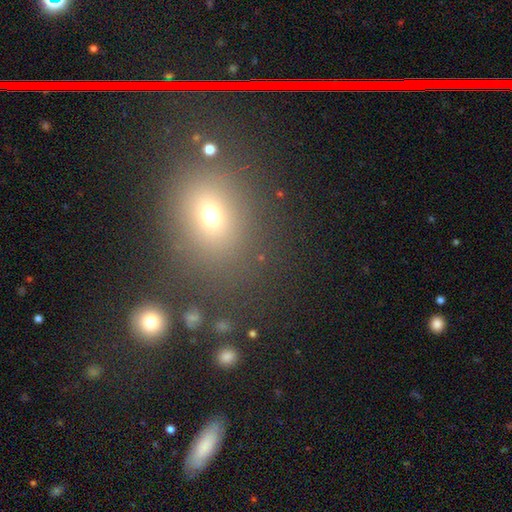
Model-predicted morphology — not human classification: Smooth or featured?
  - smooth: 50% *
  - star or artifact: 37%
  - featured or disk: 12%
How rounded?
  - in between: 55% *
  - round: 42%
  - cigar-shaped: 3%
Merging?
  - none: 80% *
  - minor disturbance: 10%
  - merger: 5%
  - major disturbance: 5%